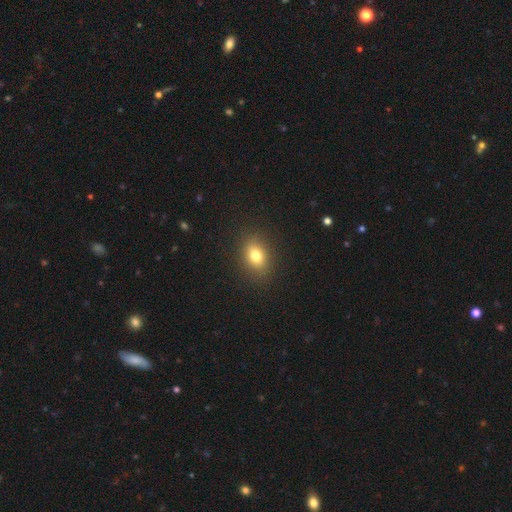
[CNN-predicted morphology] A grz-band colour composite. It shows a smooth galaxy with no disk features (77%) that is in between round and cigar-shaped (65%). Merging: none (88%).